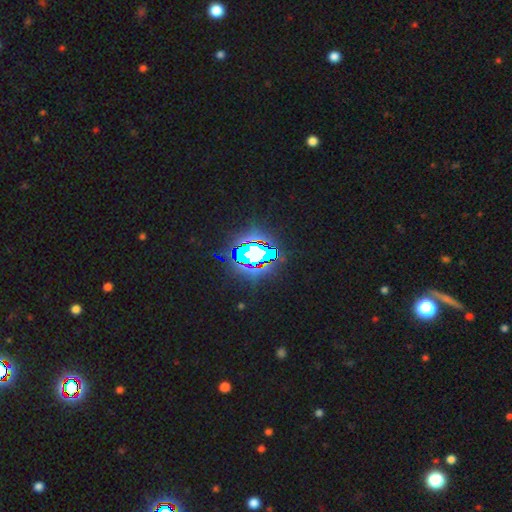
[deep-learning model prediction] This is clearly a star or artifact rather than a galaxy (83%).